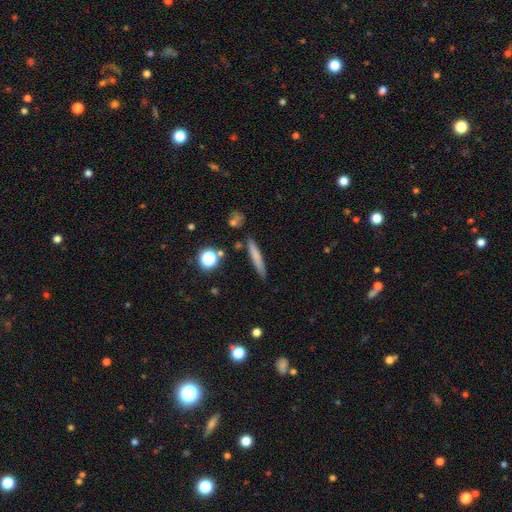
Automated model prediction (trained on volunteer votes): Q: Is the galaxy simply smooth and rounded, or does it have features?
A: smooth — 70%.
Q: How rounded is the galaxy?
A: cigar-shaped — 92%.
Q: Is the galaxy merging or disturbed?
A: none — 85%.